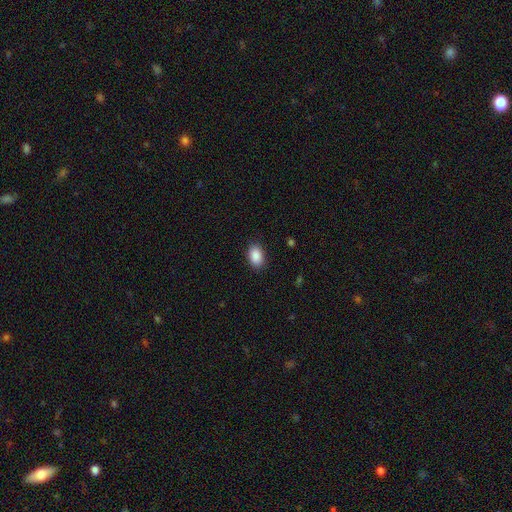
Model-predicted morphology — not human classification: Overall: smooth (89%). How rounded: in between (90%). Merging: none (88%).